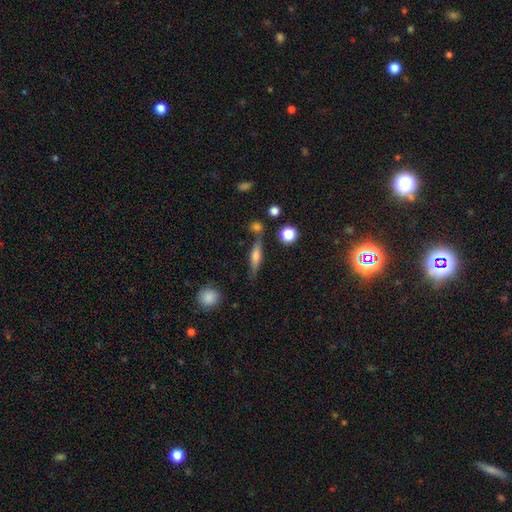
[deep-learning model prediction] featured or disk 50%, smooth 42%, star or artifact 8%. Down the decision tree: merging — none (72%).